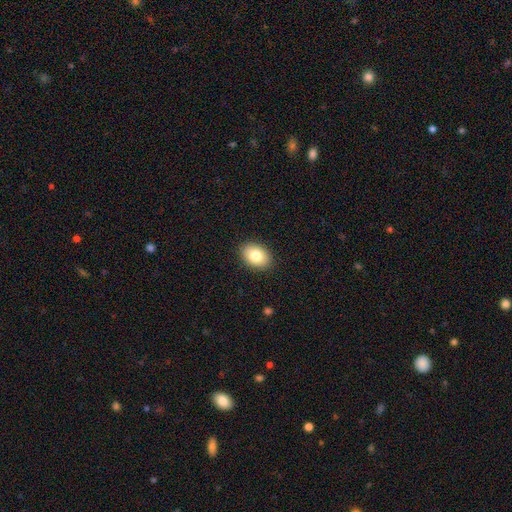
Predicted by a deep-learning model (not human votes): Smooth or featured: smooth — 81% (featured or disk — 11%)
How rounded: in between — 79% (round — 20%)
Merging: none — 90% (minor disturbance — 8%)